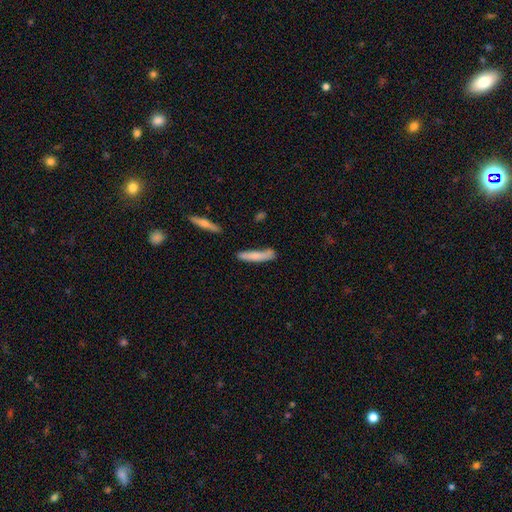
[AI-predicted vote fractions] A smooth galaxy with no disk features (76%) that is cigar-shaped (89%).

Vote fractions:
- Smooth or featured? smooth: 76% / featured or disk: 18% / star or artifact: 7%
- How rounded? cigar-shaped: 89% / in between: 10% / round: 1%
- Merging? none: 69% / minor disturbance: 21% / merger: 6% / major disturbance: 5%